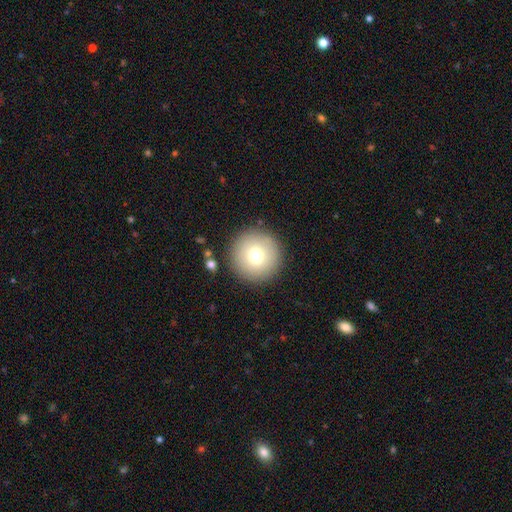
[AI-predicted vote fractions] Smooth or featured?
  - smooth: 75% *
  - featured or disk: 15%
  - star or artifact: 10%
How rounded?
  - round: 97% *
  - in between: 2%
  - cigar-shaped: 1%
Merging?
  - none: 90% *
  - minor disturbance: 6%
  - major disturbance: 3%
  - merger: 2%